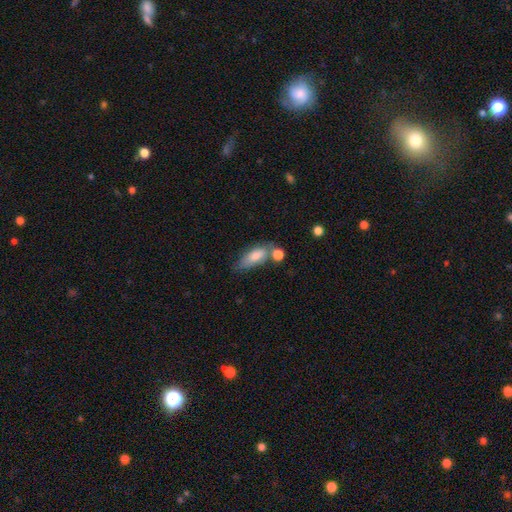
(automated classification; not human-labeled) smooth_or_featured: smooth (p=0.76) [alt: featured or disk p=0.16]
how_rounded: in between (p=0.70) [alt: cigar-shaped p=0.27]
merging: none (p=0.46) [alt: minor disturbance p=0.23]